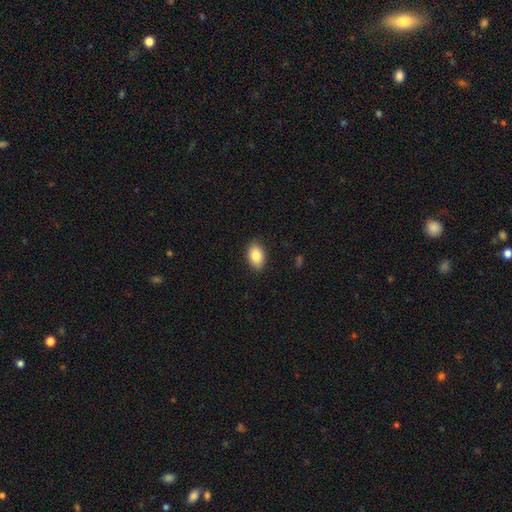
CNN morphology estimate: smooth 86%, star or artifact 7%, featured or disk 7%. Down the decision tree: how rounded — in between (90%); merging — none (87%).